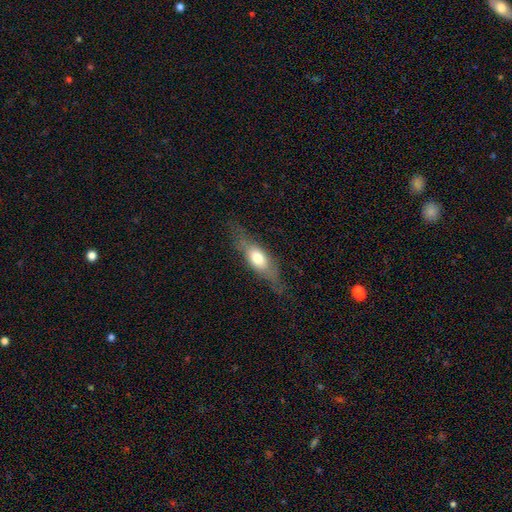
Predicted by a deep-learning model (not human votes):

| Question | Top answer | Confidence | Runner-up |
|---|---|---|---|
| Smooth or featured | smooth | 48% | featured or disk (46%) |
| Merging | none | 73% | minor disturbance (18%) |